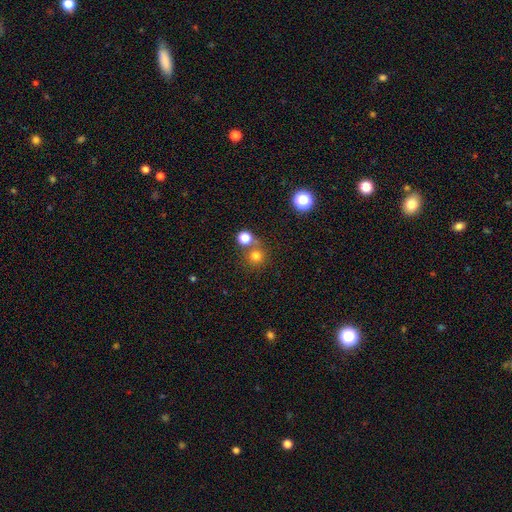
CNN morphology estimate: Smooth or featured?
  - smooth: 75% *
  - star or artifact: 17%
  - featured or disk: 8%
How rounded?
  - round: 91% *
  - in between: 8%
  - cigar-shaped: 1%
Merging?
  - none: 62% *
  - merger: 28%
  - minor disturbance: 7%
  - major disturbance: 4%